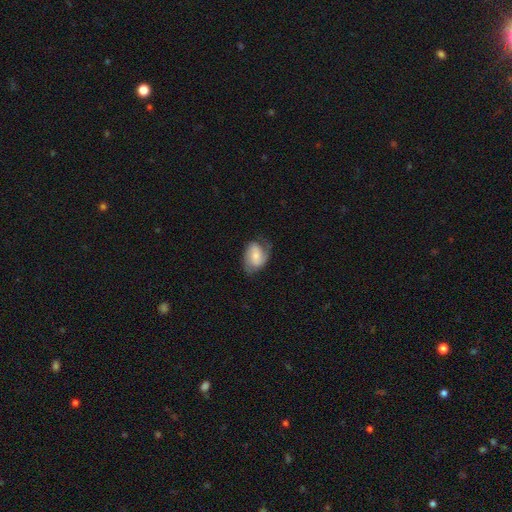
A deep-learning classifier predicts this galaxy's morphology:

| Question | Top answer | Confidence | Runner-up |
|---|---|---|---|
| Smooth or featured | featured or disk | 58% | smooth (35%) |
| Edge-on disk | no | 96% | yes (4%) |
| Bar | no | 41% | weak (40%) |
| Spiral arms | yes | 88% | no (12%) |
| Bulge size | small | 49% | moderate (38%) |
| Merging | none | 62% | minor disturbance (25%) |